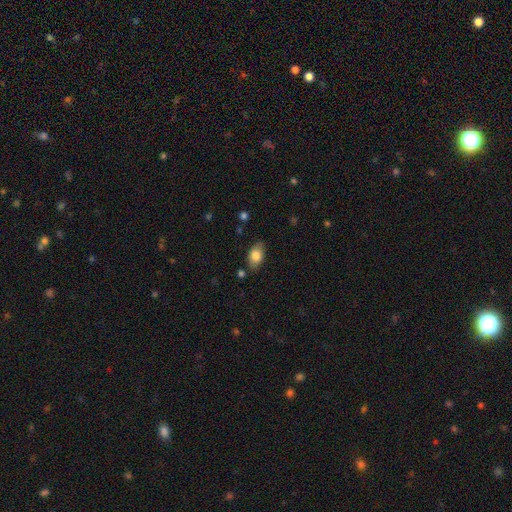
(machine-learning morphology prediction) Smooth or featured? smooth (79%)
How rounded? in between (90%)
Merging? none (81%)